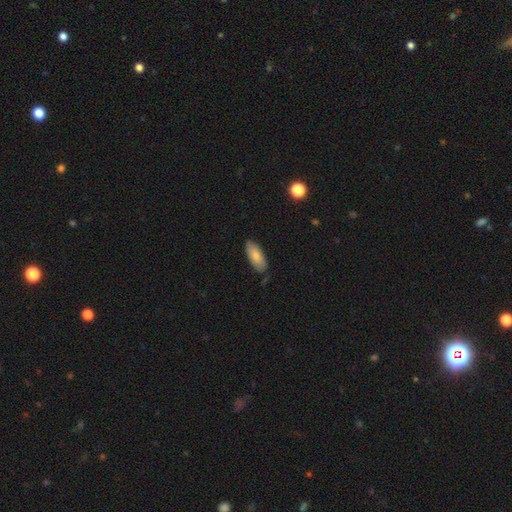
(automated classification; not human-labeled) smooth_or_featured: smooth (p=0.80) [alt: featured or disk p=0.14]
how_rounded: in between (p=0.85) [alt: cigar-shaped p=0.14]
merging: none (p=0.80) [alt: minor disturbance p=0.16]